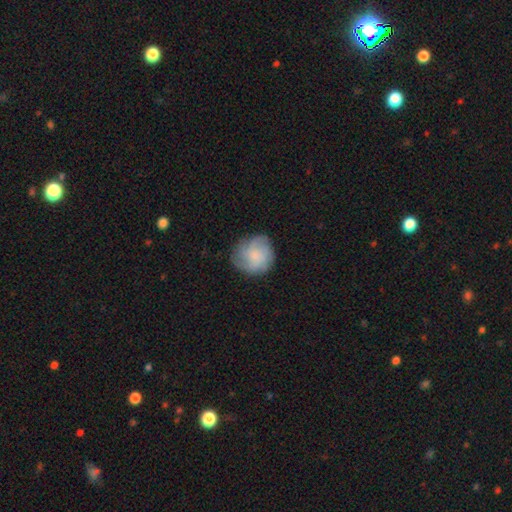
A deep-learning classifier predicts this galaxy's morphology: smooth 54%, featured or disk 38%, star or artifact 8%. Down the decision tree: how rounded — round (85%); merging — none (73%).